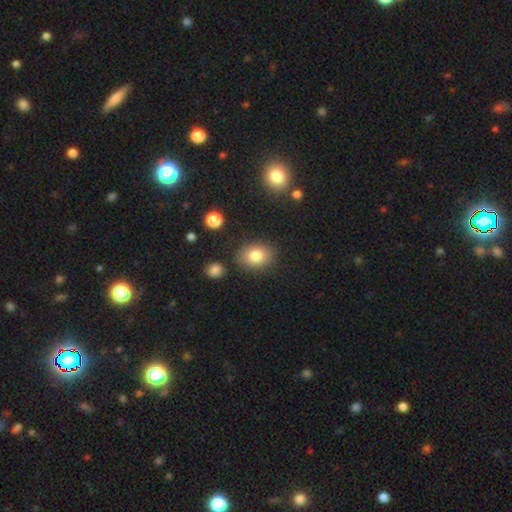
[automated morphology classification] Smooth or featured? Predicted: smooth (p=0.80). How rounded? Predicted: in between (p=0.56). Merging? Predicted: none (p=0.84).